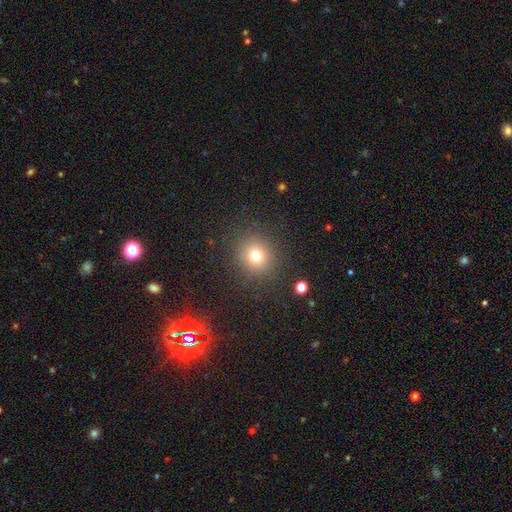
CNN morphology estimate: type=smooth (74%); roundness=round (87%); merging=none (87%).